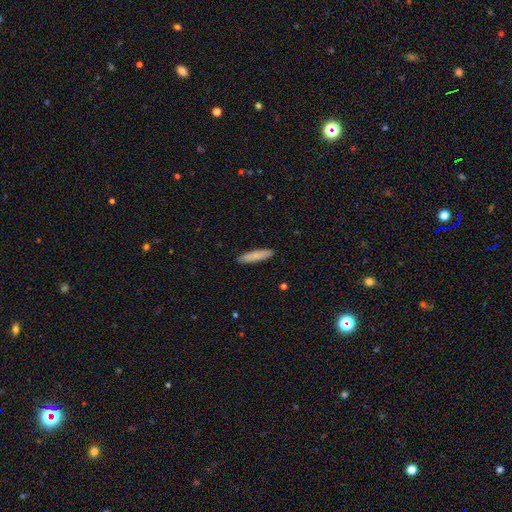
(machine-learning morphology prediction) smooth 81%, featured or disk 13%, star or artifact 6%. Down the decision tree: how rounded — cigar-shaped (82%); merging — none (90%).